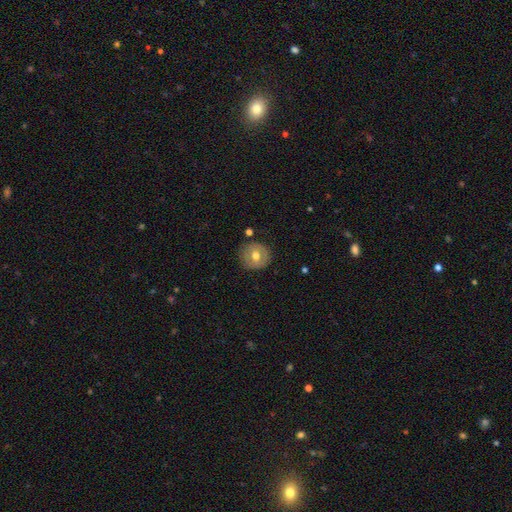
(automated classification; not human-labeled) Overall: smooth (57%; featured or disk 35%). How rounded: round (90%). Merging: none (84%).